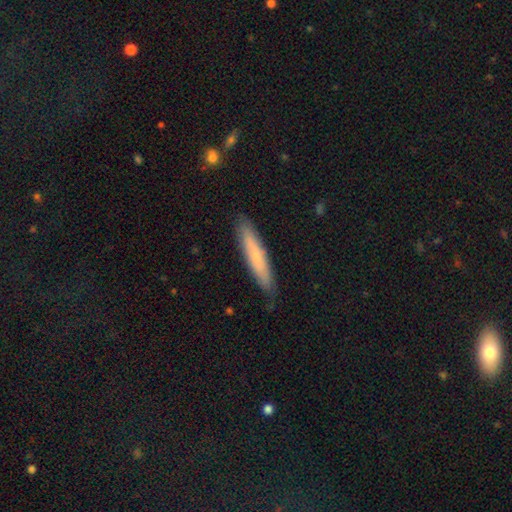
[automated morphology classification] A smooth galaxy with no disk features (69%) that is cigar-shaped (91%).

Vote fractions:
- Smooth or featured? smooth: 69% / featured or disk: 25% / star or artifact: 6%
- How rounded? cigar-shaped: 91% / in between: 8% / round: 1%
- Merging? none: 87% / minor disturbance: 10% / major disturbance: 2% / merger: 1%